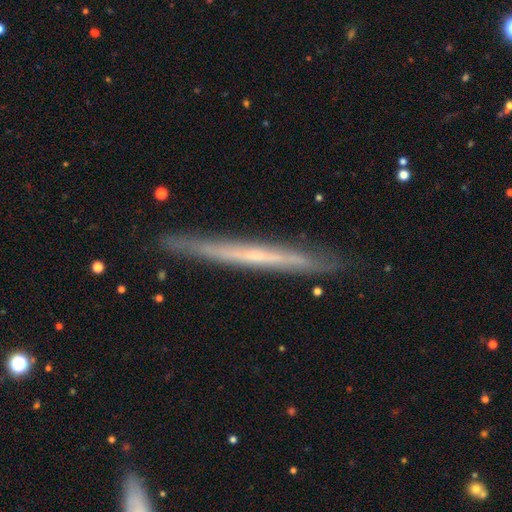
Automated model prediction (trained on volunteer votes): This appears to be a featured or disk galaxy (63%) viewed edge-on (95%) with no central bulge (82%). Merging: none (88%).